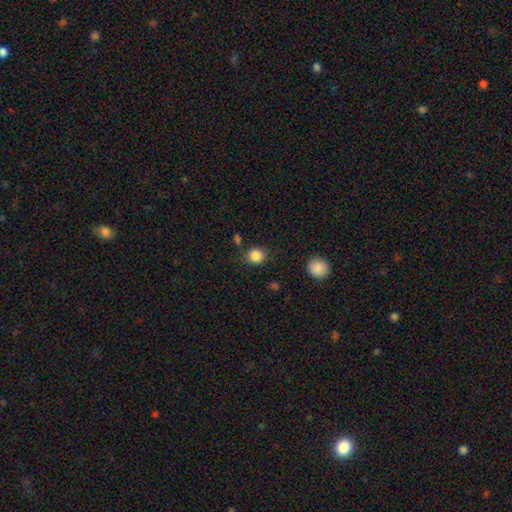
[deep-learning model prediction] This is clearly a smooth galaxy (86%). How rounded: clearly round (82%). Merging: likely none (80%).